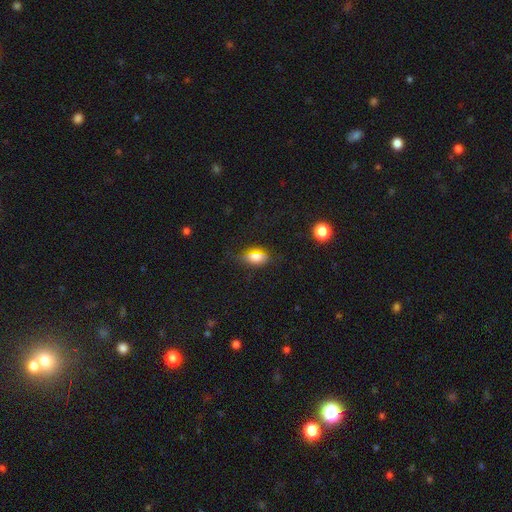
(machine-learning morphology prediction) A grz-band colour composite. It shows a smooth galaxy with no disk features (63%) that is in between round and cigar-shaped (77%). Merging: none (80%).